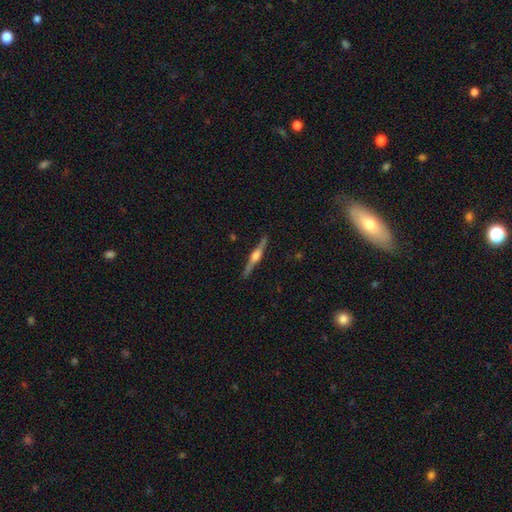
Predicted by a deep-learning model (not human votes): A featured or disk galaxy (78%) viewed edge-on (98%) with a rounded central bulge (89%).

Vote fractions:
- Smooth or featured? featured or disk: 78% / smooth: 16% / star or artifact: 5%
- Edge-on disk? yes: 98% / no: 2%
- Edge-on bulge? rounded: 89% / boxy: 8% / none: 3%
- Merging? none: 90% / minor disturbance: 8% / major disturbance: 2% / merger: 1%